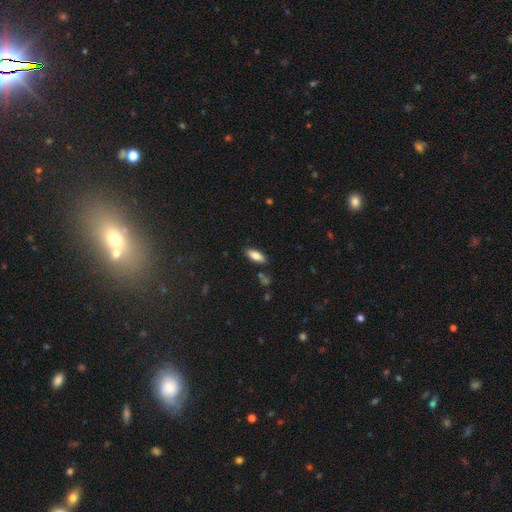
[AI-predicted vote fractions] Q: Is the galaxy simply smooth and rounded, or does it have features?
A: smooth — 80%.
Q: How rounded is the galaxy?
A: in between — 74%.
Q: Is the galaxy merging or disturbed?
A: none — 85%.